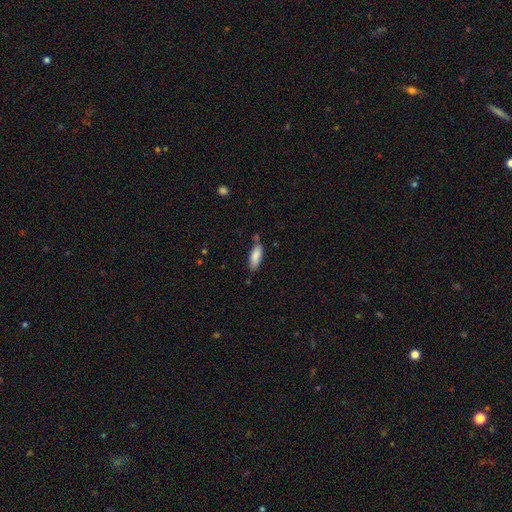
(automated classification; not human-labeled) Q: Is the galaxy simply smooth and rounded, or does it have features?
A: smooth — 86%.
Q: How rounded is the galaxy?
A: in between — 62%.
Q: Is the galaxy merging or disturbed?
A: none — 69%.